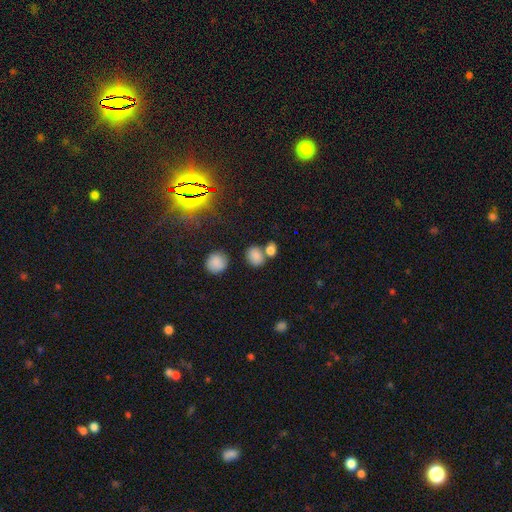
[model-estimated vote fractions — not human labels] Q: Smooth or featured?
A: smooth (80%); runner-up: star or artifact (13%)
Q: How rounded?
A: in between (49%); tied with: round (49%)
Q: Merging?
A: none (57%); runner-up: merger (28%)